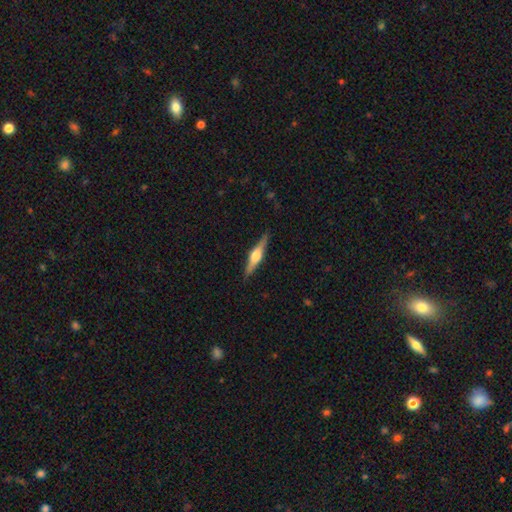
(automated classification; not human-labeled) Overall: featured or disk (69%). Edge-on disk: yes (98%). Edge-on bulge: rounded (90%). Merging: none (89%).